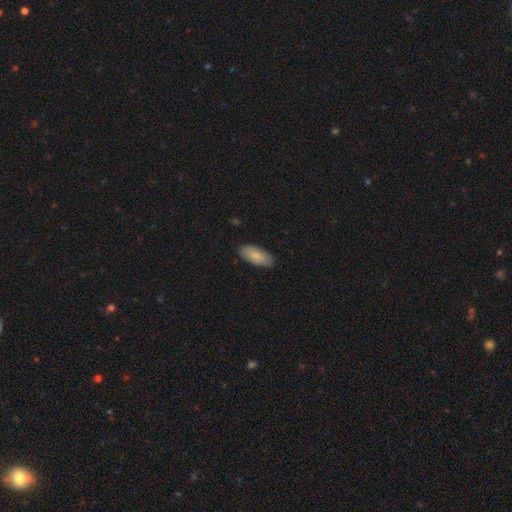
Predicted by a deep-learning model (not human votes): smooth-or-featured: smooth: 85% | featured or disk: 9% | star or artifact: 6%
  how-rounded: in between: 89% | cigar-shaped: 9% | round: 2%
  merging: none: 86% | minor disturbance: 11% | major disturbance: 2% | merger: 1%